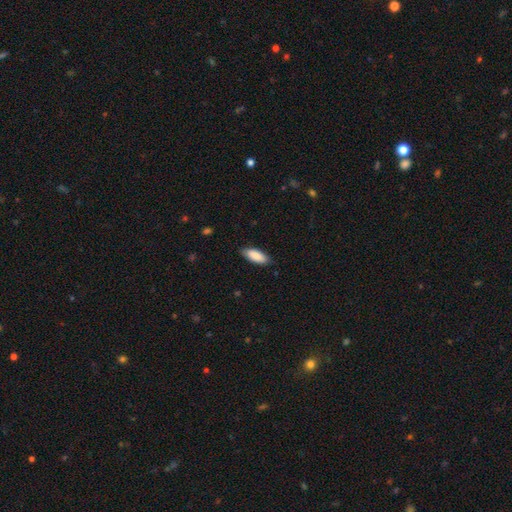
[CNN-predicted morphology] Smooth or featured? Predicted: smooth (p=0.88). How rounded? Predicted: in between (p=0.77). Merging? Predicted: none (p=0.84).